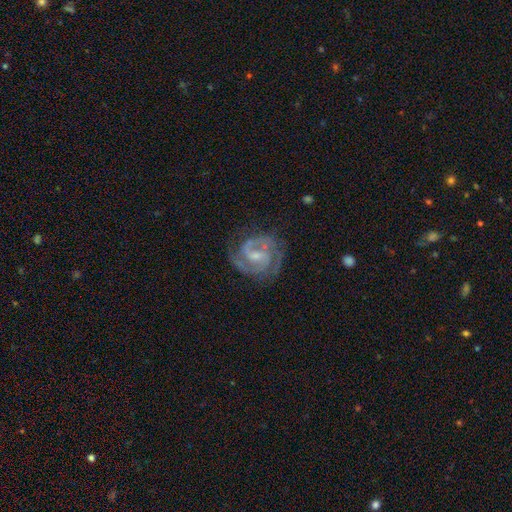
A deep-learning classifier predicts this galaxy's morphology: Overall: featured or disk (89%). Edge-on disk: no (98%). Bar: weak (54%; no 26%). Spiral arms: yes (98%). Spiral arm count: 2 (69%). Spiral winding: tight (52%; medium 42%). Bulge size: small (55%; moderate 33%). Merging: none (75%).